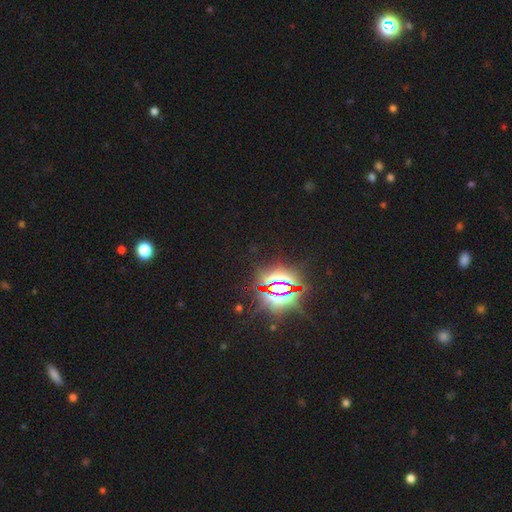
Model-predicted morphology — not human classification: A star or artifact, not a galaxy (84%).

Vote fractions:
- Smooth or featured? star or artifact: 84% / smooth: 9% / featured or disk: 7%